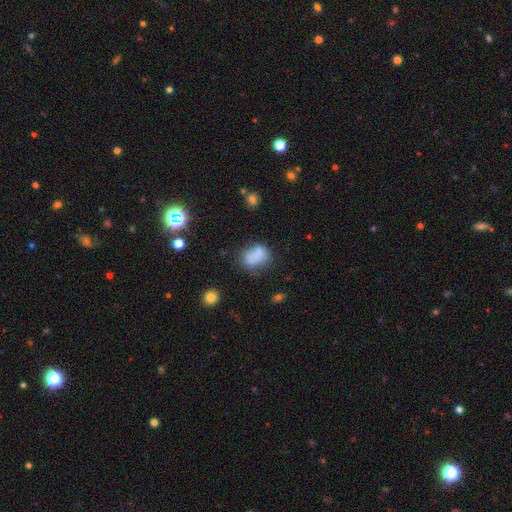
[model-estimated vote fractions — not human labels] This appears to be a smooth galaxy with no disk features (74%) that is in between round and cigar-shaped (75%). Merging: none (43%).